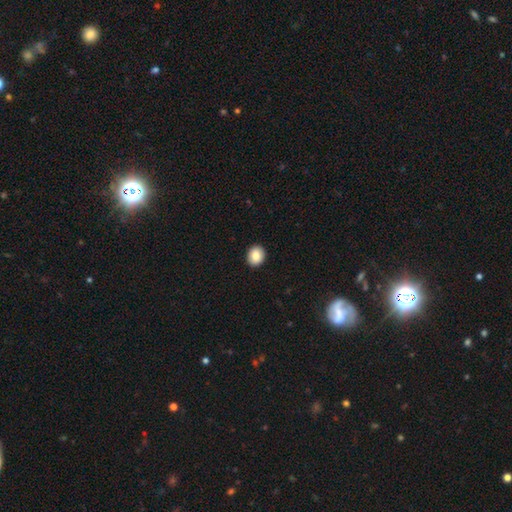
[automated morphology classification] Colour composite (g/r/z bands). It shows a smooth galaxy with no disk features (84%) that is round (63%). Merging: none (92%).